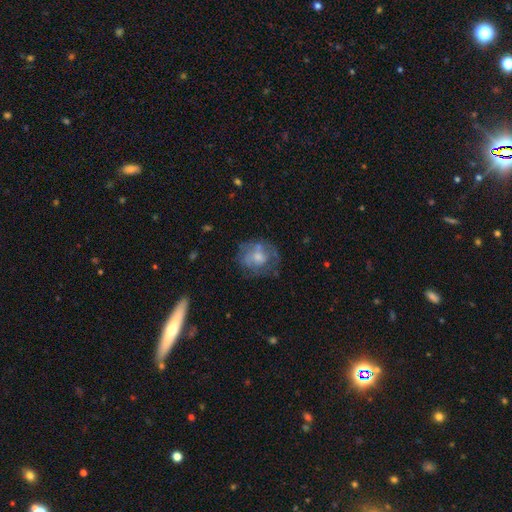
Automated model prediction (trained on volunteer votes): Smooth or featured: featured or disk — 47% (smooth — 44%)
Merging: none — 58% (minor disturbance — 23%)